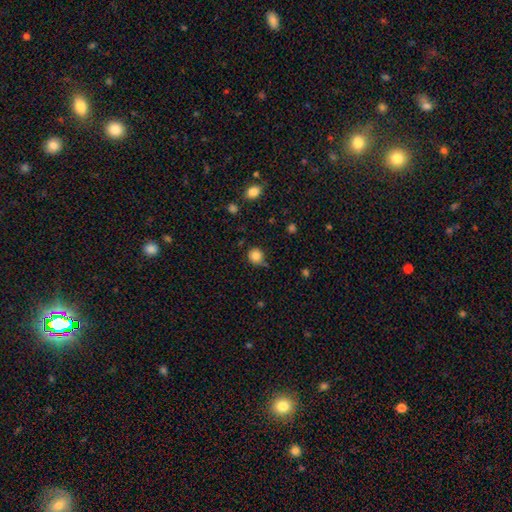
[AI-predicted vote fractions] Smooth or featured? Predicted: smooth (p=0.84). How rounded? Predicted: round (p=0.88). Merging? Predicted: none (p=0.66).